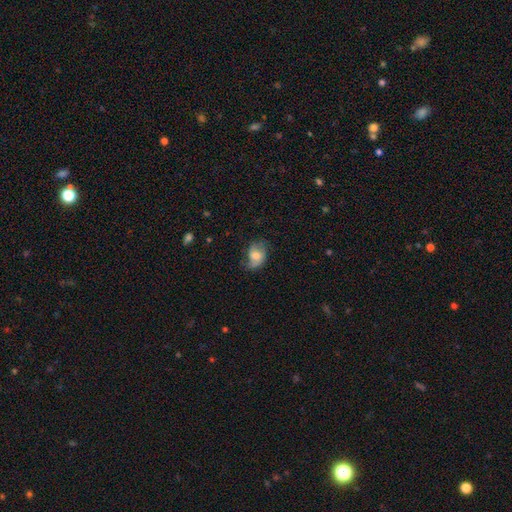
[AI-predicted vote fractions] Morphology: type=smooth (52%); roundness=in between (73%); merging=none (57%).